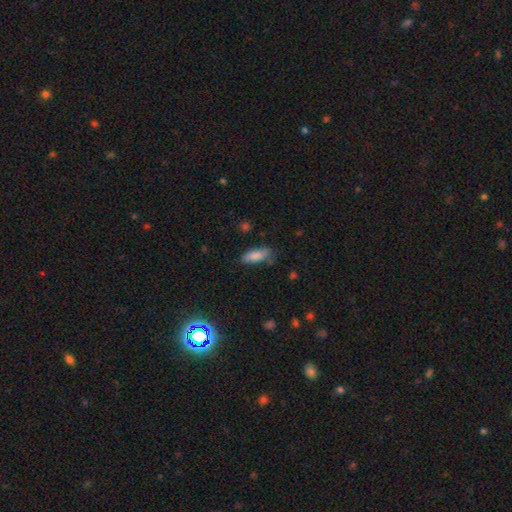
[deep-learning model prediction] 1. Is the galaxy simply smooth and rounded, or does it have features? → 83% smooth, 9% featured or disk, 7% star or artifact.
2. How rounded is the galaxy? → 69% in between, 29% cigar-shaped, 2% round.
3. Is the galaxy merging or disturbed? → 71% none, 20% minor disturbance, 5% major disturbance, 4% merger.